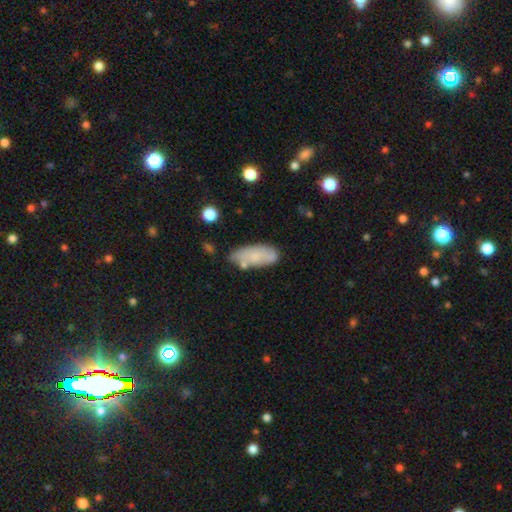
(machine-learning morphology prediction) smooth-or-featured: smooth: 70% | featured or disk: 23% | star or artifact: 7%
  how-rounded: in between: 81% | cigar-shaped: 16% | round: 2%
  merging: none: 62% | minor disturbance: 24% | merger: 8% | major disturbance: 6%